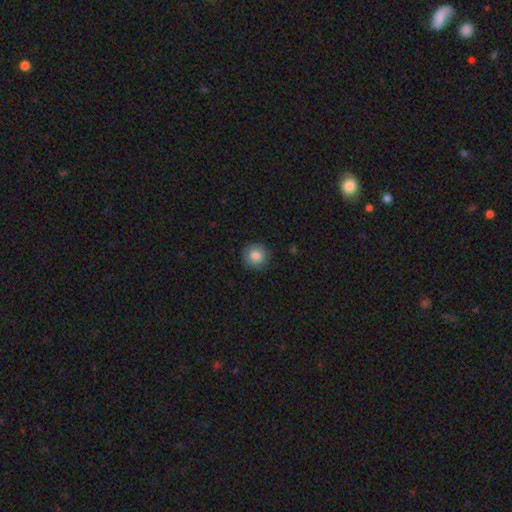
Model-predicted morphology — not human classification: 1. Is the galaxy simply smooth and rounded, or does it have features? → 84% smooth, 9% star or artifact, 7% featured or disk.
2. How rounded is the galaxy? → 92% round, 8% in between, 1% cigar-shaped.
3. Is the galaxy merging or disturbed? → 90% none, 7% minor disturbance, 2% major disturbance, 1% merger.